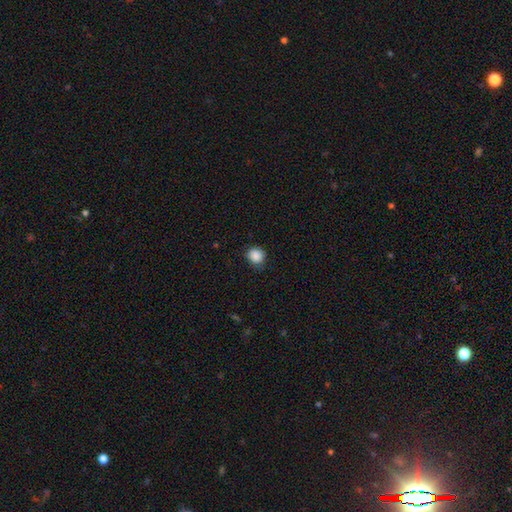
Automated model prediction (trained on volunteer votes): Smooth or featured: smooth — 88% (star or artifact — 9%)
How rounded: round — 86% (in between — 14%)
Merging: none — 80% (minor disturbance — 16%)